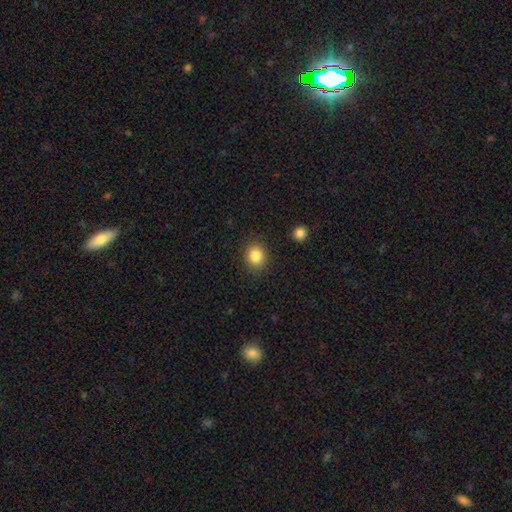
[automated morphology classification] Smooth or featured? Predicted: smooth (p=0.85). How rounded? Predicted: round (p=0.73). Merging? Predicted: none (p=0.87).